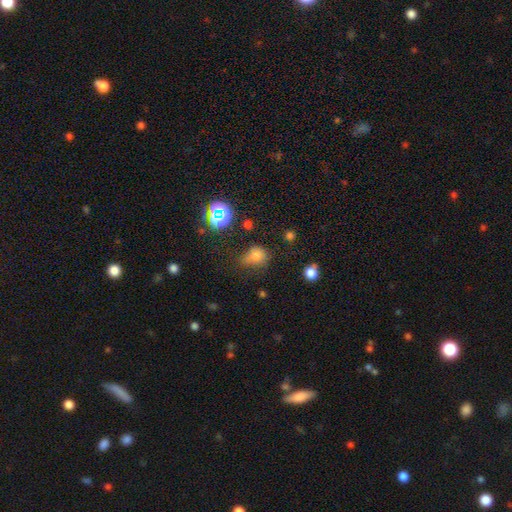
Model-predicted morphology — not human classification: smooth-or-featured: smooth: 69% | star or artifact: 21% | featured or disk: 10%
  how-rounded: round: 58% | in between: 40% | cigar-shaped: 1%
  merging: none: 47% | minor disturbance: 31% | major disturbance: 15% | merger: 7%